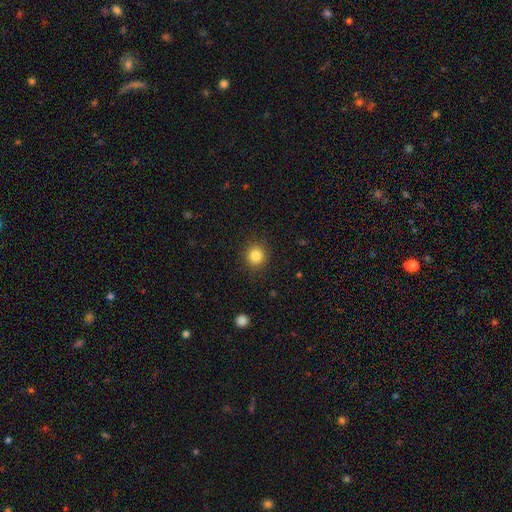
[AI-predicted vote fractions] smooth 84%, star or artifact 11%, featured or disk 5%. Down the decision tree: how rounded — round (91%); merging — none (90%).